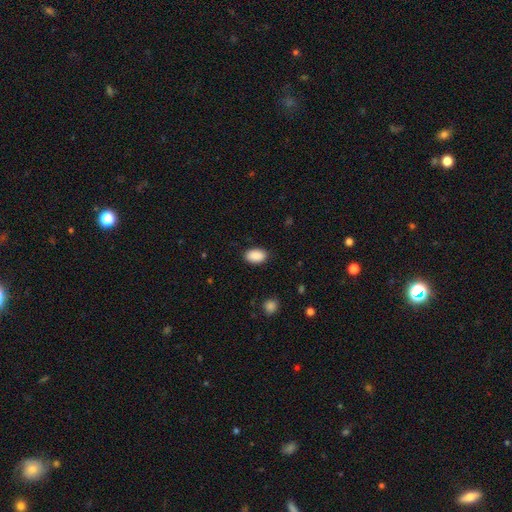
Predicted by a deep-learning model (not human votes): smooth 90%, star or artifact 7%, featured or disk 3%. Down the decision tree: how rounded — in between (92%); merging — none (88%).